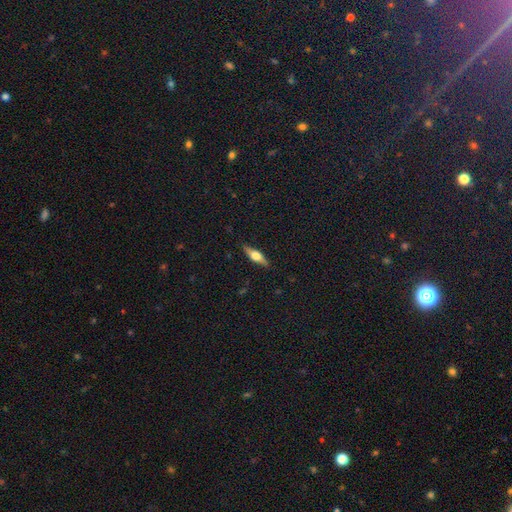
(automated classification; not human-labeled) This appears to be a featured or disk galaxy (63%) viewed edge-on (95%) with a rounded central bulge (93%). Merging: none (87%).